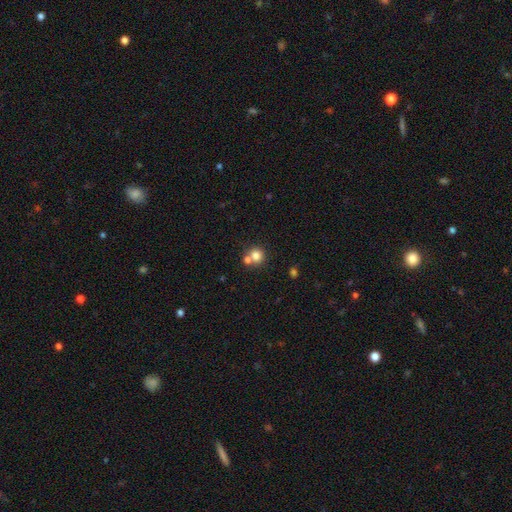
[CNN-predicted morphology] Smooth or featured: smooth — 79% (star or artifact — 11%)
How rounded: round — 88% (in between — 11%)
Merging: none — 54% (merger — 35%)